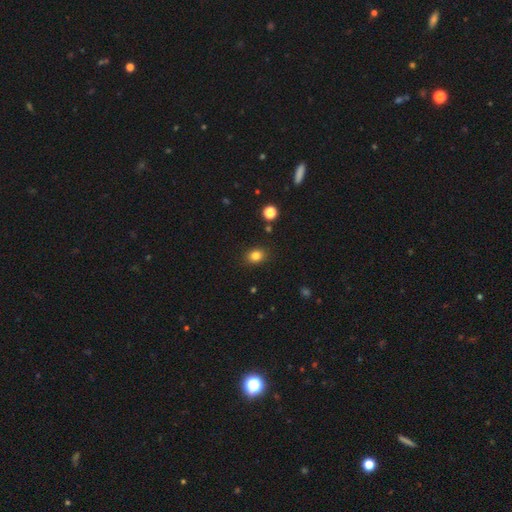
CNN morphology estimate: smooth-or-featured: smooth: 82% | star or artifact: 12% | featured or disk: 6%
  how-rounded: round: 51% | in between: 48% | cigar-shaped: 1%
  merging: none: 87% | minor disturbance: 9% | major disturbance: 2% | merger: 2%